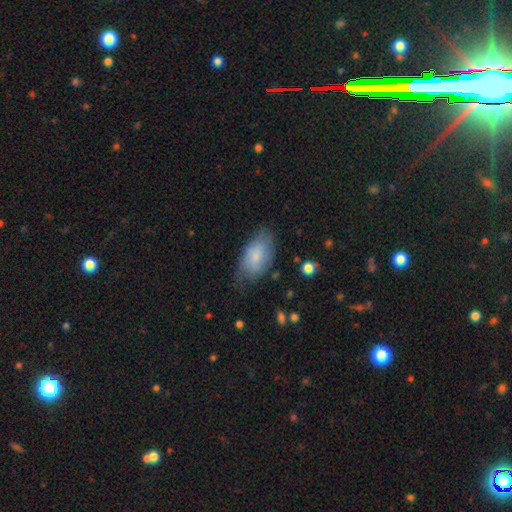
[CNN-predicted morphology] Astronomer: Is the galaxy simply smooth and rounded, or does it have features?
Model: smooth — 76%.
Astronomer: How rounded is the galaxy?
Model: in between — 93%.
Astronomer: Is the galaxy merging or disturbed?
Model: none — 63%.